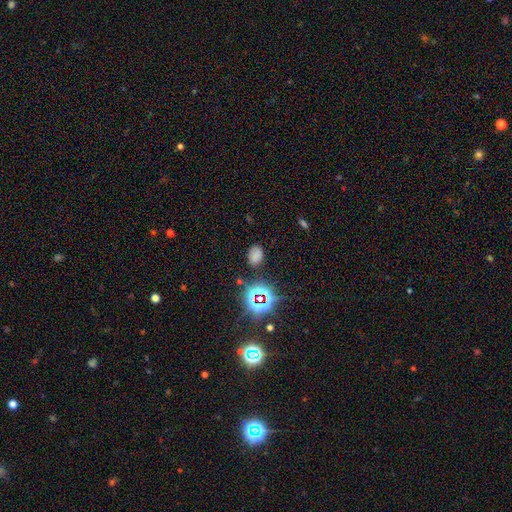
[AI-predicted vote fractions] Morphology: type=smooth (63%); roundness=in between (80%); merging=none (77%).